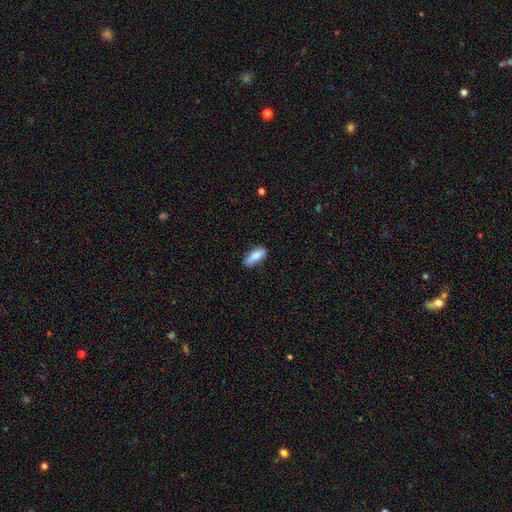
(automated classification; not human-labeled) This is clearly a smooth galaxy (82%). How rounded: likely in between (75%). Merging: likely none (78%).